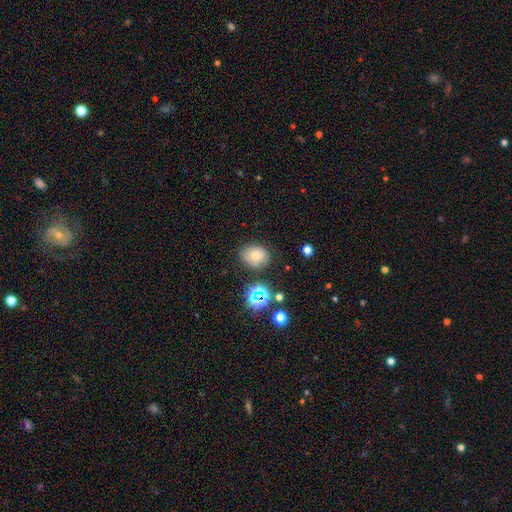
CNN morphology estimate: The model was most divided on "how rounded": round: 57%, in between: 42%, cigar-shaped: 1%. More confident: merging — none (79%); smooth or featured — smooth (61%).